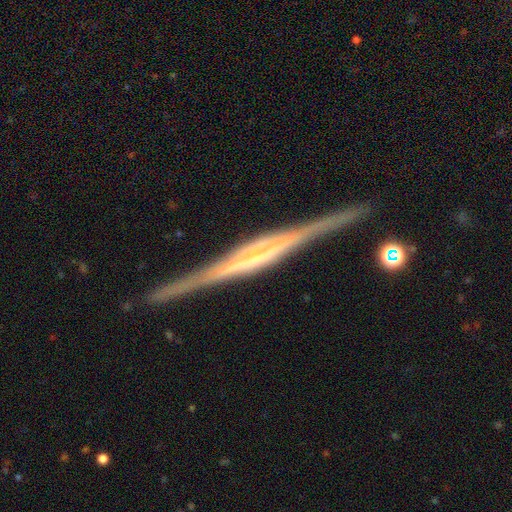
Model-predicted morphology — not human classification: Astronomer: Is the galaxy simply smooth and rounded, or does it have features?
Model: featured or disk — 87%.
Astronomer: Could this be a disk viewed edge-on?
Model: yes — 98%.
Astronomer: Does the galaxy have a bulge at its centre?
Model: boxy — 49% (runner-up: rounded, 37%).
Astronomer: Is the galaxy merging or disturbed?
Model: none — 88%.